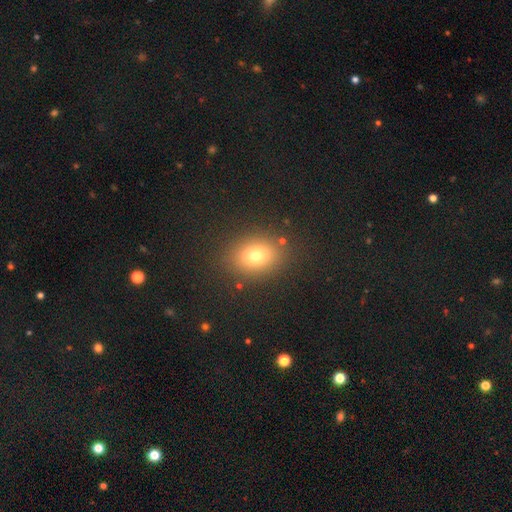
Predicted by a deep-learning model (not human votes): Smooth or featured: smooth — 74% (star or artifact — 16%)
How rounded: in between — 53% (round — 46%)
Merging: none — 86% (minor disturbance — 9%)